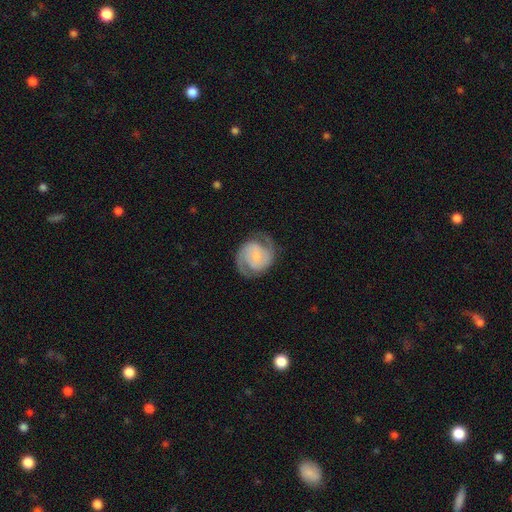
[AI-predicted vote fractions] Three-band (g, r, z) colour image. It shows a featured or disk galaxy (82%) with no bar (45%), 2 (91%) medium (46%) spiral arms (96%) and a small central bulge (56%). Merging: none (79%).